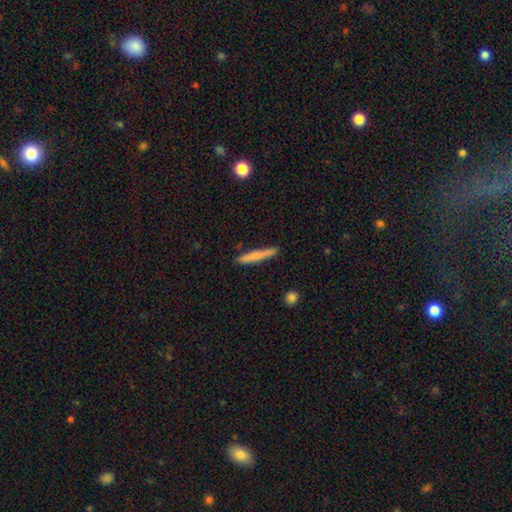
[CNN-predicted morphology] Smooth or featured?
  - smooth: 68% *
  - featured or disk: 26%
  - star or artifact: 6%
How rounded?
  - cigar-shaped: 95% *
  - in between: 3%
  - round: 1%
Merging?
  - none: 89% *
  - minor disturbance: 8%
  - merger: 2%
  - major disturbance: 2%